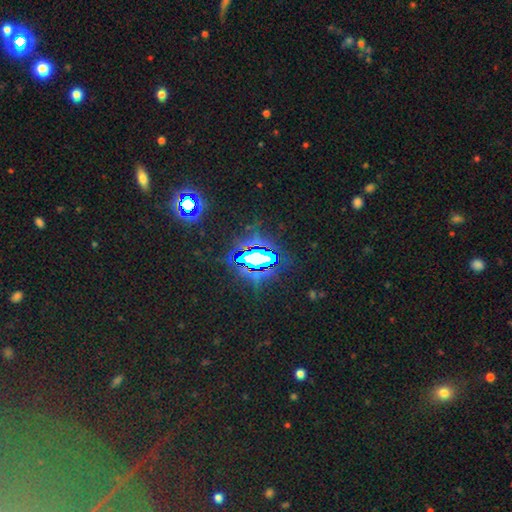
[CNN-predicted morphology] smooth-or-featured: star or artifact: 77% | smooth: 14% | featured or disk: 9%